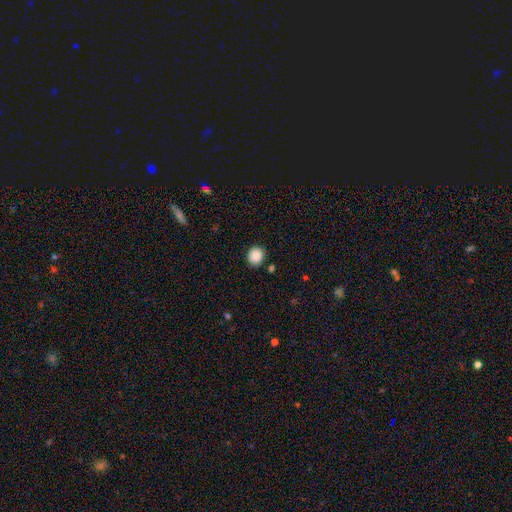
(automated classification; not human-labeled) smooth_or_featured: smooth (p=0.88) [alt: star or artifact p=0.09]
how_rounded: round (p=0.78) [alt: in between p=0.21]
merging: none (p=0.85) [alt: minor disturbance p=0.10]